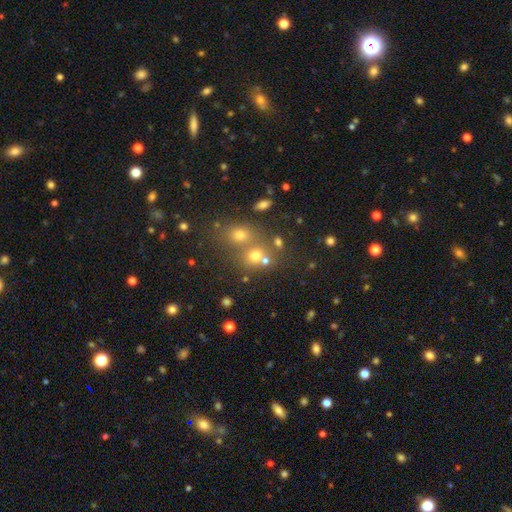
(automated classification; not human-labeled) Smooth or featured? smooth (65%)
How rounded? round (74%)
Merging? none (47%)